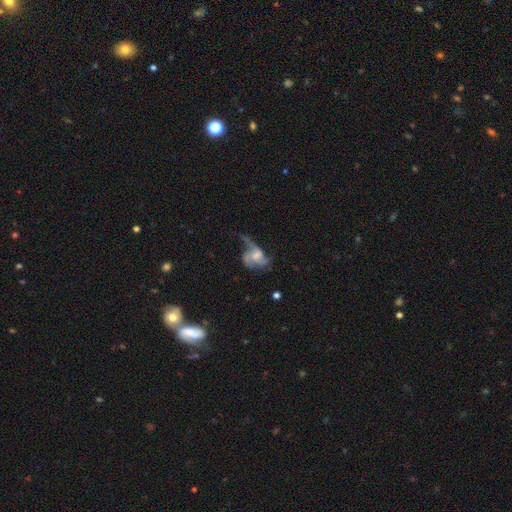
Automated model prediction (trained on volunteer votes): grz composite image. It shows a featured or disk galaxy (66%) with no bar (59%), spiral arms (75%) and a moderate central bulge (37%). Merging: major disturbance (50%).